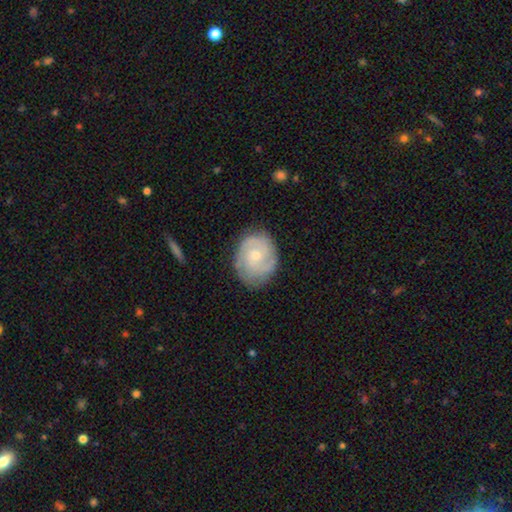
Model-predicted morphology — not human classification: type=featured or disk (73%); edge-on=no (98%); bar=no (69%); spiral arms=yes (92%); winding=tight (54%); arm count=2 (41%); bulge=small (55%); merging=none (76%).